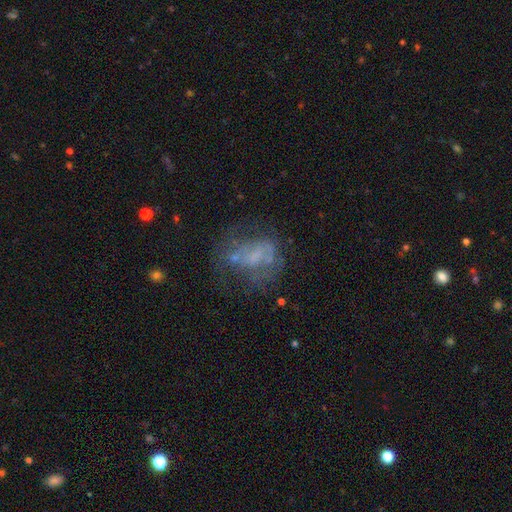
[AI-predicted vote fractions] featured or disk 53%, smooth 30%, star or artifact 17%. Down the decision tree: edge-on disk — no (97%); bar — no (76%); spiral arms — no (78%); bulge size — none (60%); merging — none (40%).